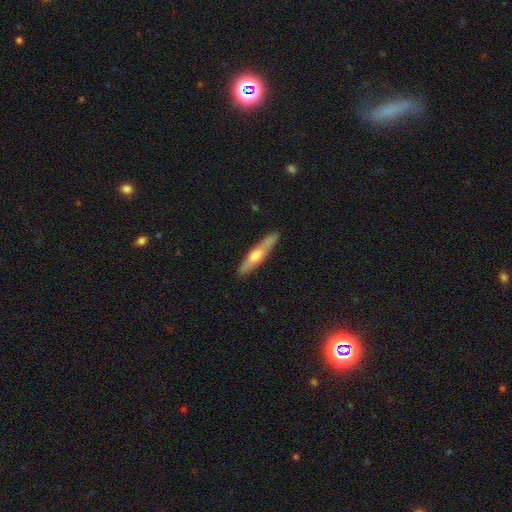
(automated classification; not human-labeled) smooth_or_featured: featured or disk (p=0.50) [alt: smooth p=0.45]
merging: none (p=0.87) [alt: minor disturbance p=0.09]